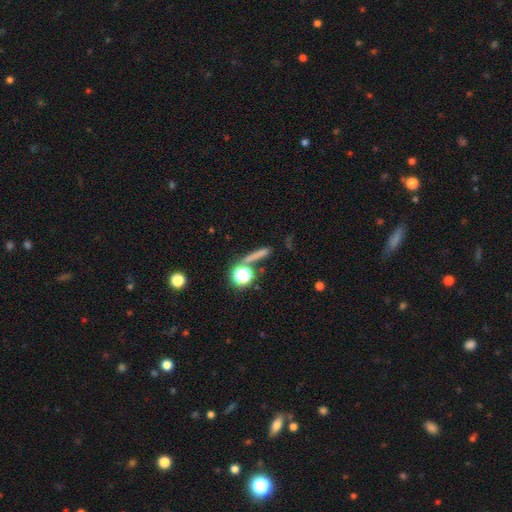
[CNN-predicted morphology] smooth-or-featured: smooth: 58% | star or artifact: 25% | featured or disk: 17%
  how-rounded: cigar-shaped: 64% | round: 23% | in between: 13%
  merging: none: 68% | merger: 13% | minor disturbance: 12% | major disturbance: 7%